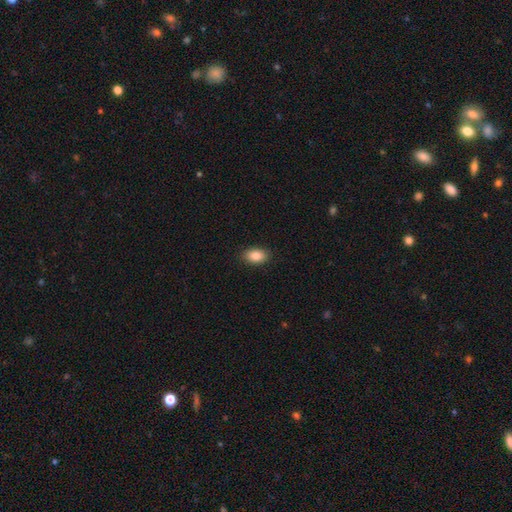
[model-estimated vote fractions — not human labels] This is clearly a smooth galaxy (87%). How rounded: clearly in between (89%). Merging: clearly none (88%).